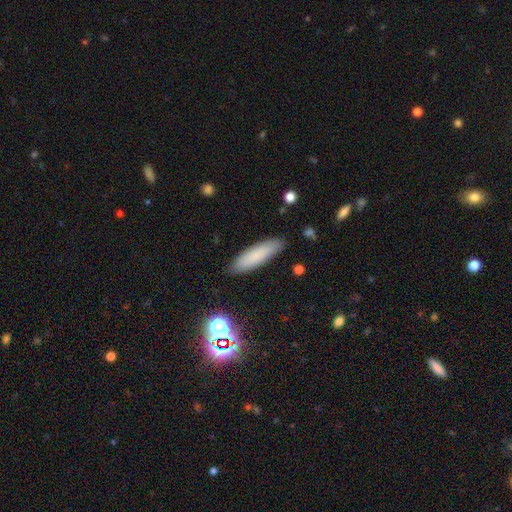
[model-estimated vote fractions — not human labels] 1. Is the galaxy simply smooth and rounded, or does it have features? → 81% smooth, 10% featured or disk, 9% star or artifact.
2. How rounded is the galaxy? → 63% cigar-shaped, 35% in between, 2% round.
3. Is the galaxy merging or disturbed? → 88% none, 9% minor disturbance, 2% major disturbance, 1% merger.